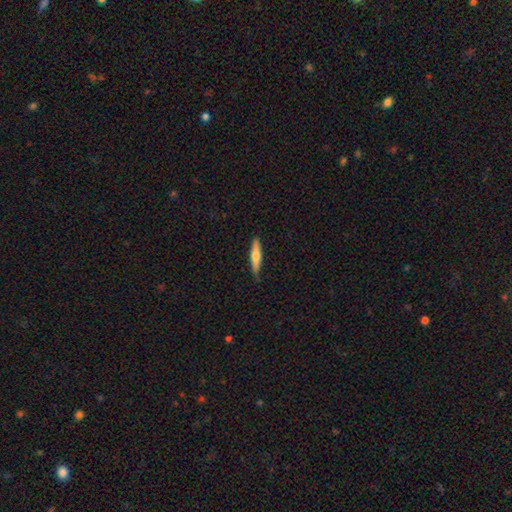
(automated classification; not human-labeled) A smooth galaxy with no disk features (51%) that is cigar-shaped (84%). Merging: none (83%).